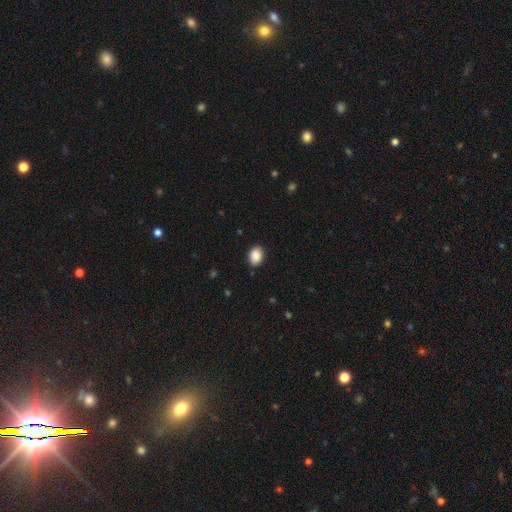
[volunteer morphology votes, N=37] Overall: smooth (97%). How rounded: in between (61%; round 39%). Merging: none (86%).